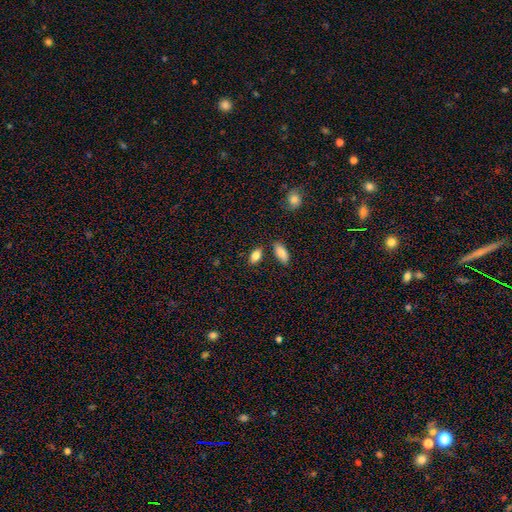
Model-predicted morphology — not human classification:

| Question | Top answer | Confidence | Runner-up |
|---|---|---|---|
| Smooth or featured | smooth | 84% | featured or disk (8%) |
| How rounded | in between | 89% | cigar-shaped (6%) |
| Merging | none | 75% | minor disturbance (12%) |